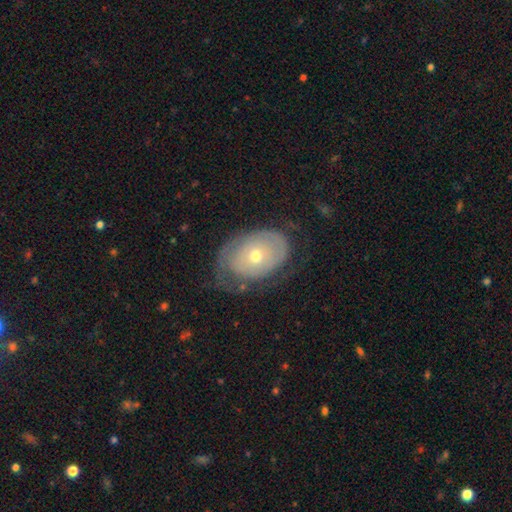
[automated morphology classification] A featured or disk galaxy (55%) with no bar (90%), no spiral arms (56%) and a moderate central bulge (50%).

Vote fractions:
- Smooth or featured? featured or disk: 55% / smooth: 38% / star or artifact: 7%
- Edge-on disk? no: 93% / yes: 7%
- Bar? no: 90% / weak: 8% / strong: 2%
- Spiral arms? no: 56% / yes: 44%
- Bulge size? moderate: 50% / small: 46% / large: 2% / dominant: 1% / none: 1%
- Merging? none: 55% / minor disturbance: 28% / major disturbance: 16% / merger: 1%